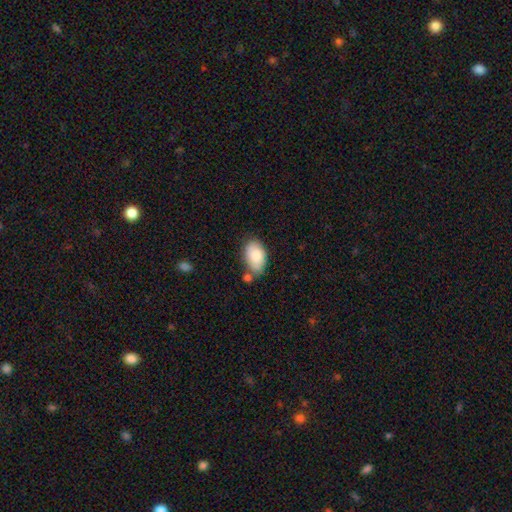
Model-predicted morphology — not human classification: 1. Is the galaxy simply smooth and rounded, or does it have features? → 84% smooth, 10% featured or disk, 6% star or artifact.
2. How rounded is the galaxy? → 93% in between, 6% round, 1% cigar-shaped.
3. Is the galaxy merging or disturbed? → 60% none, 22% minor disturbance, 12% merger, 5% major disturbance.